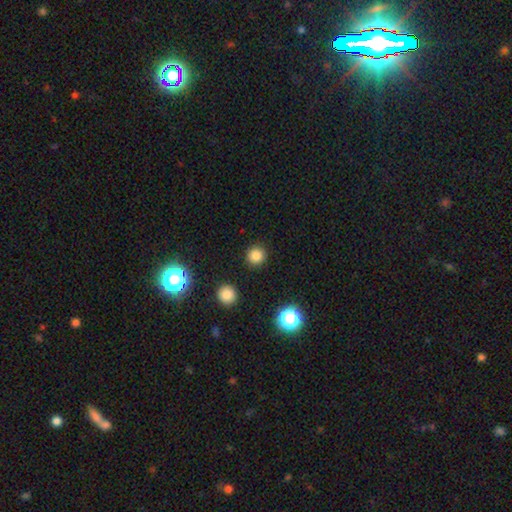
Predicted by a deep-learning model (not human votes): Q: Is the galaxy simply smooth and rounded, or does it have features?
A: smooth — 82%.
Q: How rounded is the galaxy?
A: round — 93%.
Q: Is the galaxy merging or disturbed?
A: none — 91%.